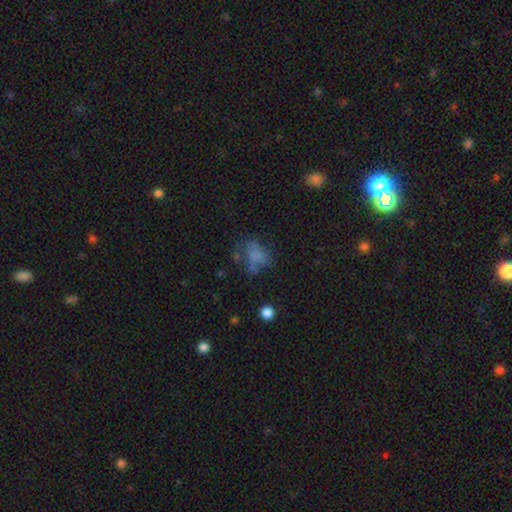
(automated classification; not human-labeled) Q: Smooth or featured?
A: smooth (60%); runner-up: featured or disk (23%)
Q: How rounded?
A: in between (66%); runner-up: round (32%)
Q: Merging?
A: none (41%); runner-up: major disturbance (27%)